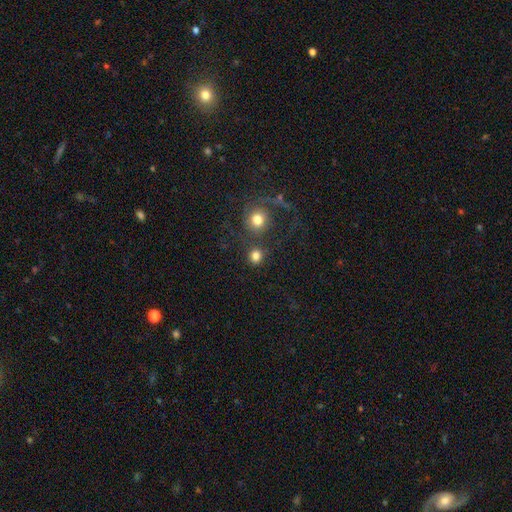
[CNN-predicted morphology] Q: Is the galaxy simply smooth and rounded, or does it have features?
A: smooth — 80%.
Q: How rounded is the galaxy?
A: round — 89%.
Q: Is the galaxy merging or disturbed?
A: none — 67%.